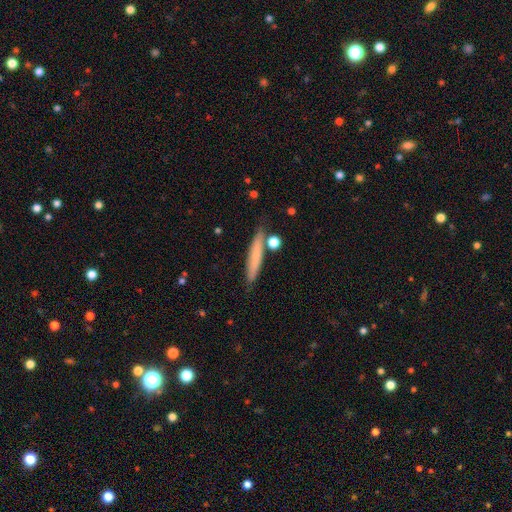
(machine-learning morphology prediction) type=smooth (67%); roundness=cigar-shaped (92%); merging=none (78%).